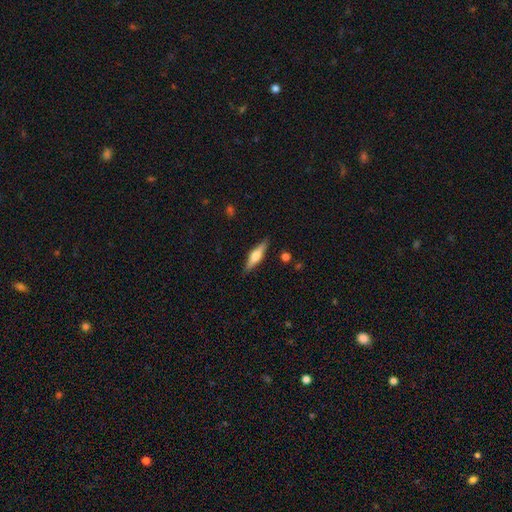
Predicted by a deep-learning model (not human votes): This is possibly a featured or disk galaxy (52%). It is clearly viewed edge-on (95%). Merging: clearly none (88%).